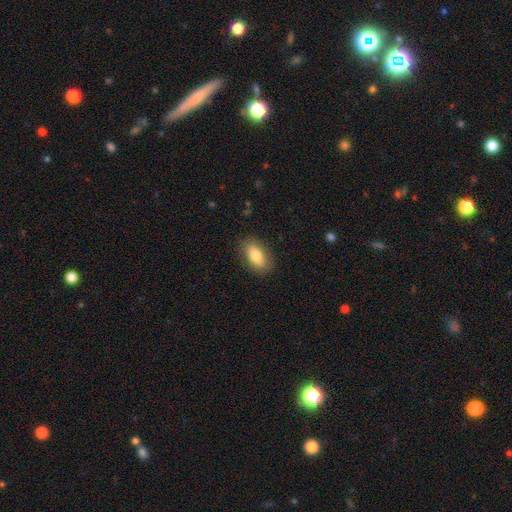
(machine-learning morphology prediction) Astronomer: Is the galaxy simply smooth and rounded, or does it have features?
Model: smooth — 81%.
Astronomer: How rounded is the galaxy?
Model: in between — 89%.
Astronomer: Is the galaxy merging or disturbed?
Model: none — 86%.